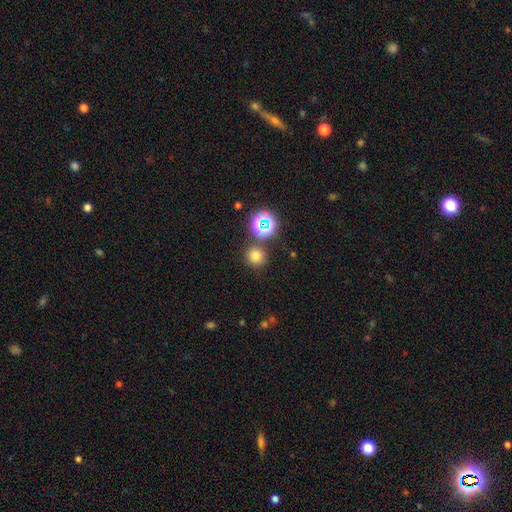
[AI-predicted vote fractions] Q: Smooth or featured?
A: smooth (72%); runner-up: star or artifact (21%)
Q: How rounded?
A: round (93%); runner-up: in between (6%)
Q: Merging?
A: none (82%); runner-up: merger (8%)